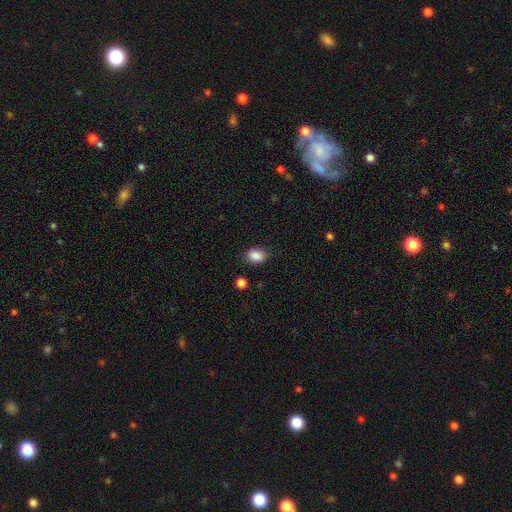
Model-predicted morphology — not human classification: Q: Smooth or featured?
A: smooth (88%); runner-up: star or artifact (9%)
Q: How rounded?
A: in between (72%); runner-up: round (27%)
Q: Merging?
A: none (82%); runner-up: minor disturbance (13%)